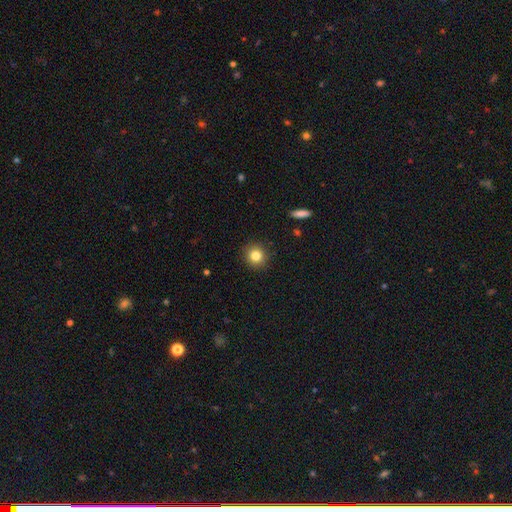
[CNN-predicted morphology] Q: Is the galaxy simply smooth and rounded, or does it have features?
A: smooth — 83%.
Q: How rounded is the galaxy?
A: round — 93%.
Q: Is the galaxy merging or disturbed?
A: none — 91%.